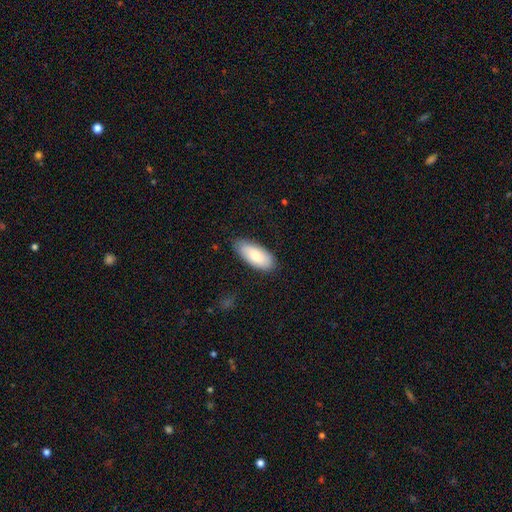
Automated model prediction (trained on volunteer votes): Smooth or featured?
  - smooth: 77% *
  - featured or disk: 18%
  - star or artifact: 6%
How rounded?
  - in between: 87% *
  - cigar-shaped: 11%
  - round: 2%
Merging?
  - none: 83% *
  - minor disturbance: 13%
  - major disturbance: 2%
  - merger: 1%